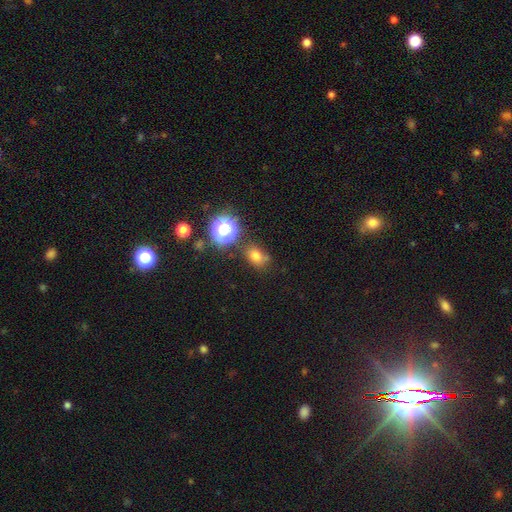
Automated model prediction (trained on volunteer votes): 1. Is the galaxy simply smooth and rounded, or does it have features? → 70% smooth, 21% star or artifact, 9% featured or disk.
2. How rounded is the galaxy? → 59% in between, 40% round, 2% cigar-shaped.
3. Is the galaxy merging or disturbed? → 67% none, 18% minor disturbance, 9% merger, 6% major disturbance.